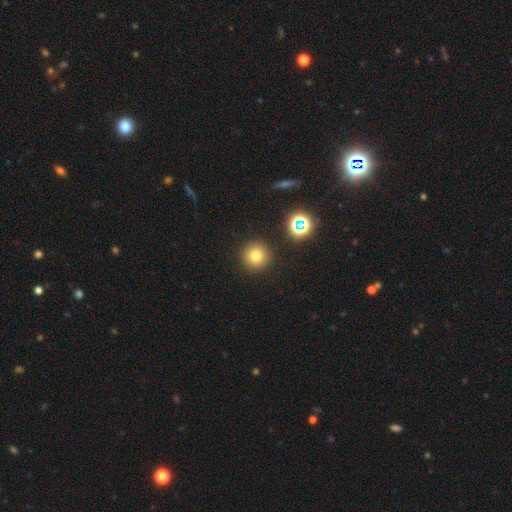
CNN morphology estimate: A smooth galaxy with no disk features (76%) that is round (95%). Merging: none (90%).